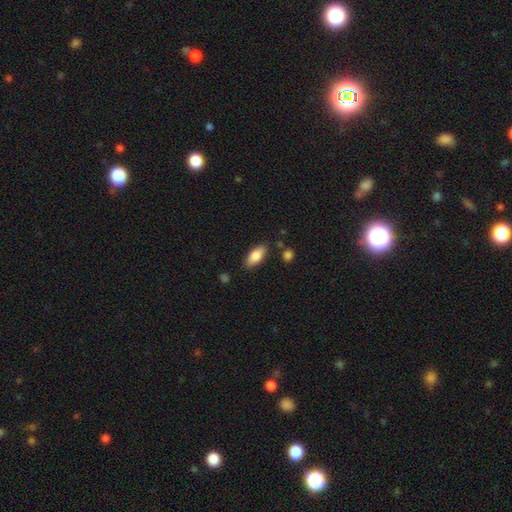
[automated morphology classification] The model was most divided on "merging": none: 83%, minor disturbance: 12%, merger: 3%, major disturbance: 3%. More confident: how rounded — in between (86%); smooth or featured — smooth (84%).